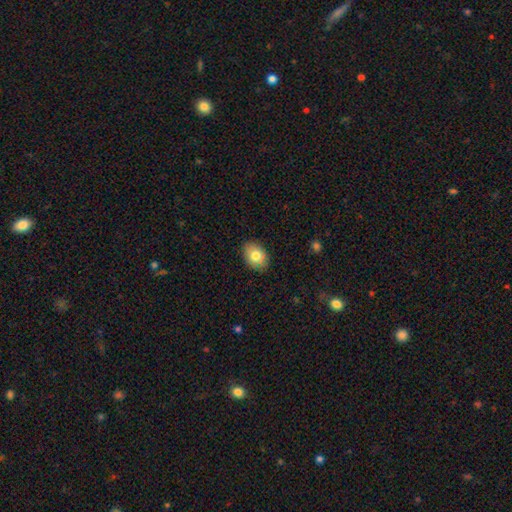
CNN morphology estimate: Overall: smooth (80%). How rounded: in between (78%). Merging: none (87%).